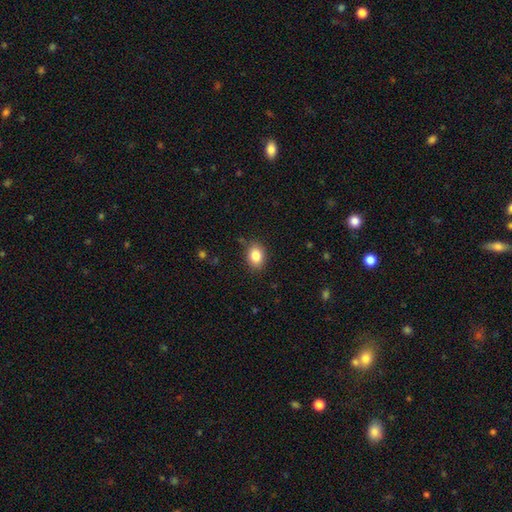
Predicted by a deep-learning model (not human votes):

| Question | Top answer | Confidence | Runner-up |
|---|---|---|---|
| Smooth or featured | smooth | 85% | star or artifact (9%) |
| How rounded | in between | 68% | round (31%) |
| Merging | none | 85% | minor disturbance (11%) |